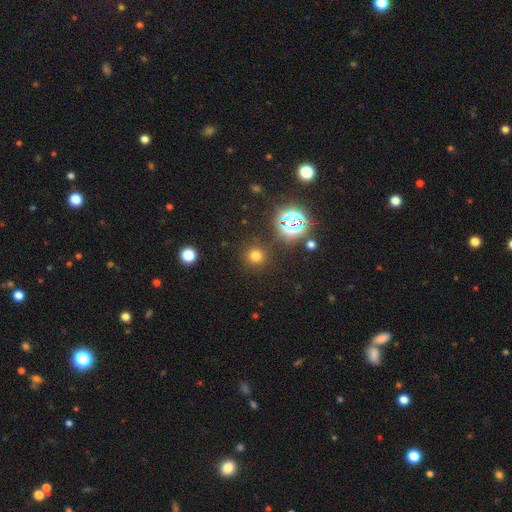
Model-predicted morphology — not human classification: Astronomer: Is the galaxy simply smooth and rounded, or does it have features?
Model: smooth — 68%.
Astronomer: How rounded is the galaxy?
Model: round — 94%.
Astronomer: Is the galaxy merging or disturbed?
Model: none — 88%.